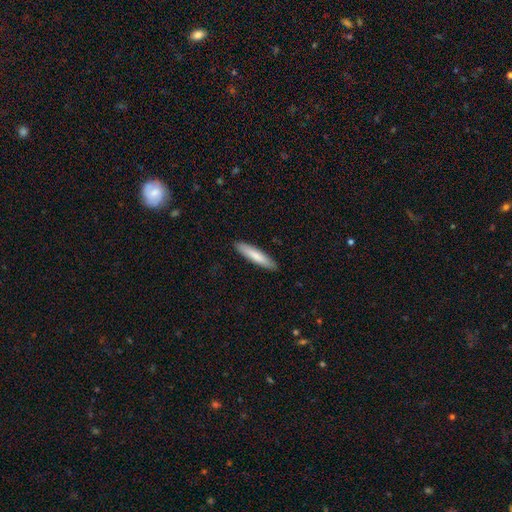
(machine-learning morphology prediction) Smooth or featured: smooth — 80% (featured or disk — 15%)
How rounded: cigar-shaped — 85% (in between — 14%)
Merging: none — 90% (minor disturbance — 8%)